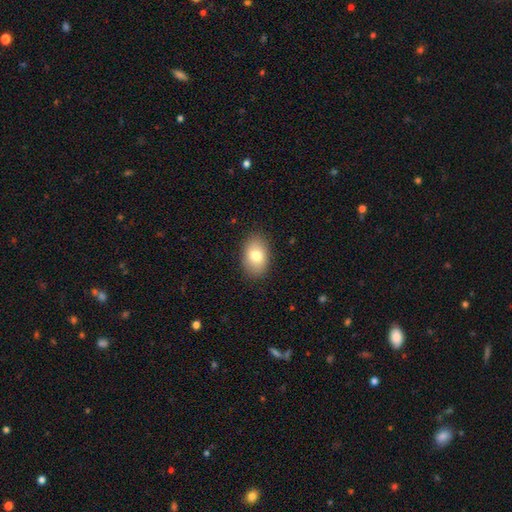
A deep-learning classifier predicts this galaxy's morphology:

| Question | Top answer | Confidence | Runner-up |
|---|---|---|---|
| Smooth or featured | smooth | 78% | featured or disk (14%) |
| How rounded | in between | 85% | round (14%) |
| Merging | none | 87% | minor disturbance (9%) |